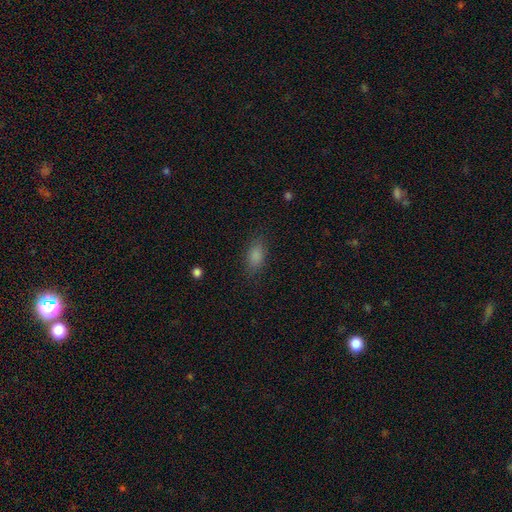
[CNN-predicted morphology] Smooth or featured? Predicted: smooth (p=0.84). How rounded? Predicted: in between (p=0.88). Merging? Predicted: none (p=0.82).